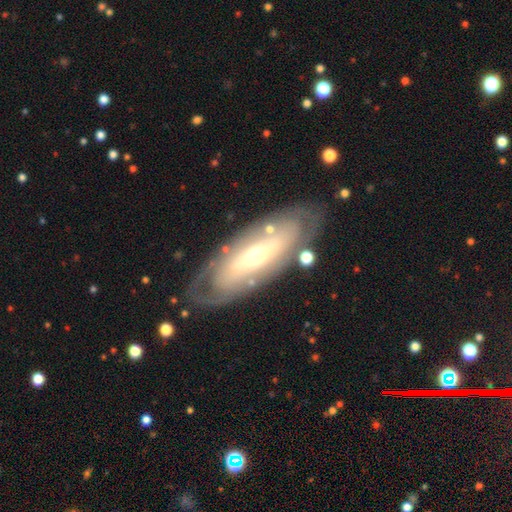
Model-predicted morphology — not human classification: Q: Smooth or featured?
A: featured or disk (71%); runner-up: smooth (23%)
Q: Edge-on disk?
A: no (82%); runner-up: yes (18%)
Q: Bar?
A: no (64%); runner-up: weak (21%)
Q: Spiral arms?
A: yes (51%); runner-up: no (49%)
Q: Bulge size?
A: moderate (62%); runner-up: small (26%)
Q: Merging?
A: none (77%); runner-up: minor disturbance (14%)